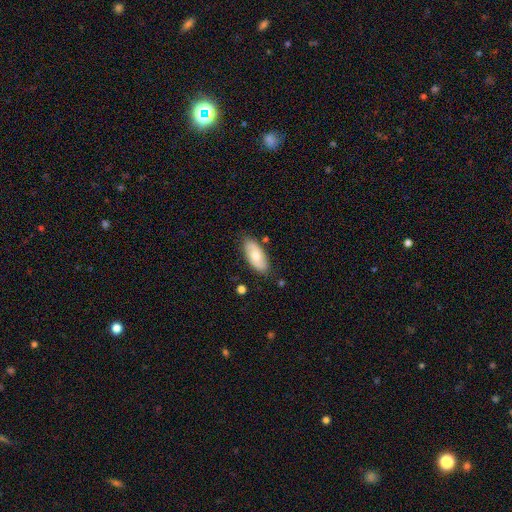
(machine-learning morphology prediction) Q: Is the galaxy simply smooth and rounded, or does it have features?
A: smooth — 63%.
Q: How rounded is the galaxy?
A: in between — 89%.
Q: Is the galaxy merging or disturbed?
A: none — 83%.